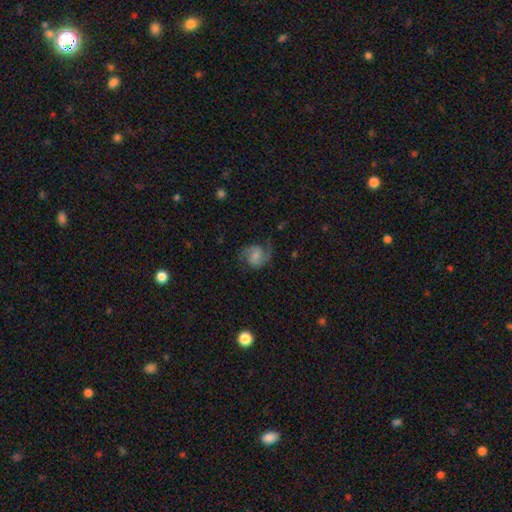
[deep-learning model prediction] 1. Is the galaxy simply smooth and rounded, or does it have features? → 79% featured or disk, 14% smooth, 7% star or artifact.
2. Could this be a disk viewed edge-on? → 98% no, 2% yes.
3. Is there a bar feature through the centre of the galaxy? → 49% no, 42% weak, 9% strong.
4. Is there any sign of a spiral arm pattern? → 96% yes, 4% no.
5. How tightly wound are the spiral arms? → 53% medium, 28% loose, 19% tight.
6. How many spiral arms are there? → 89% 2, 4% 1, 3% can't tell, 1% 3, 1% 4, 1% more than 4.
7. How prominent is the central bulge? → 37% small, 31% none, 23% moderate, 7% large, 2% dominant.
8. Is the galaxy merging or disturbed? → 72% none, 16% minor disturbance, 10% major disturbance, 1% merger.